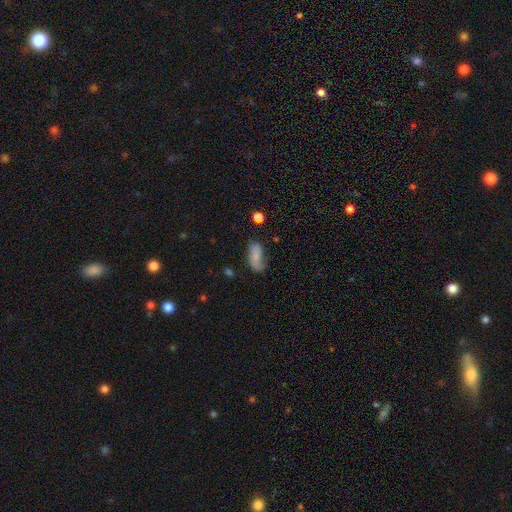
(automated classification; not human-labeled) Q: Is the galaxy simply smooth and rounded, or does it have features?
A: smooth — 63%.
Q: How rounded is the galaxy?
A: in between — 88%.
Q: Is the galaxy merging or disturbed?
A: none — 55%.